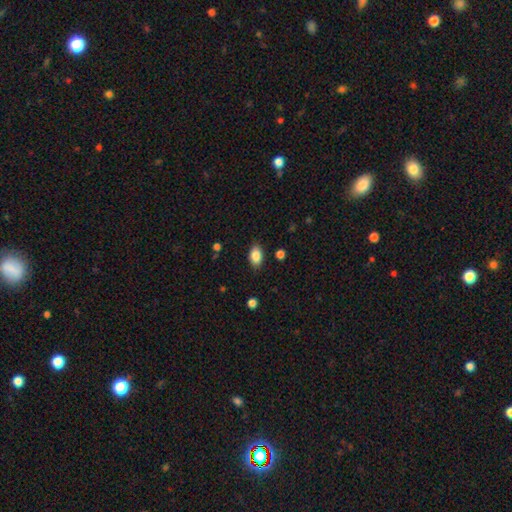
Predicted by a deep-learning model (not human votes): Overall: smooth (86%). How rounded: in between (89%). Merging: none (85%).